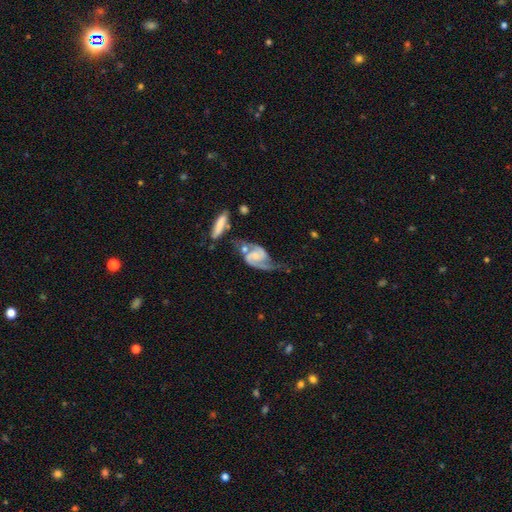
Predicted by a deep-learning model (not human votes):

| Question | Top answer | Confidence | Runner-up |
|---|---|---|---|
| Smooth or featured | featured or disk | 86% | smooth (8%) |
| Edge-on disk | no | 97% | yes (3%) |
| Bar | no | 46% | weak (40%) |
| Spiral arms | yes | 96% | no (4%) |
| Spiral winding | medium | 48% | loose (35%) |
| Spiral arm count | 2 | 89% | 1 (5%) |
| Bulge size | small | 40% | none (34%) |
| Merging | none | 38% | merger (24%) |